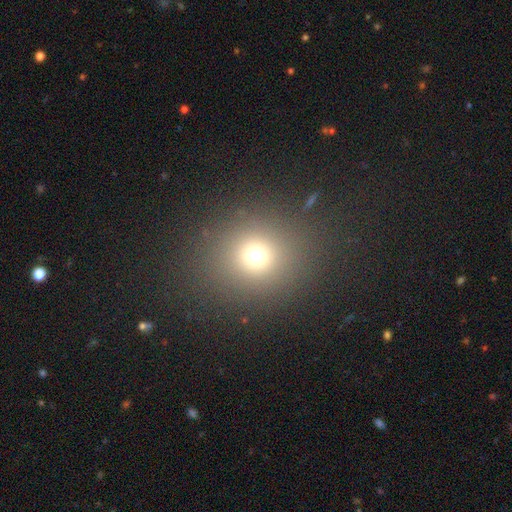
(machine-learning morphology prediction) The model was most divided on "smooth or featured": smooth: 69%, star or artifact: 21%, featured or disk: 10%. More confident: how rounded — round (85%); merging — none (85%).